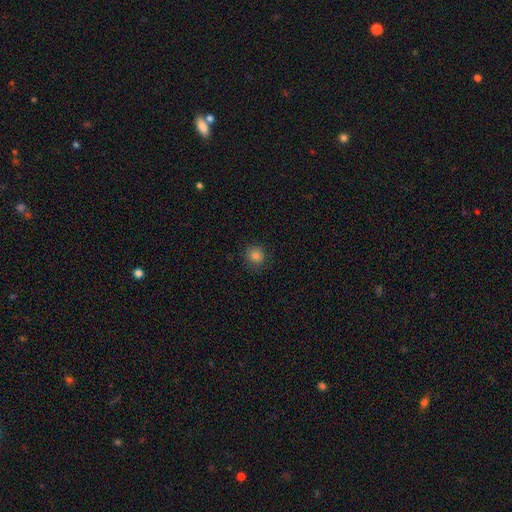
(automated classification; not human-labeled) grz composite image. It shows a smooth galaxy with no disk features (83%) that is round (86%). Merging: none (84%).